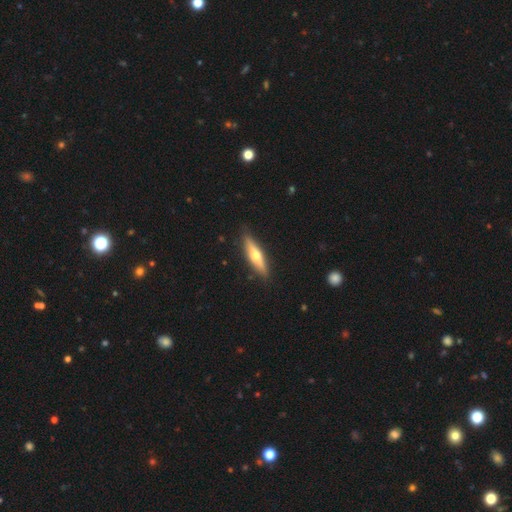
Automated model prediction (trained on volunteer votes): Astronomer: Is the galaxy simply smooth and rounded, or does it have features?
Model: featured or disk — 54% (runner-up: smooth, 41%).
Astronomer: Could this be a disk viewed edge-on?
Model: yes — 92%.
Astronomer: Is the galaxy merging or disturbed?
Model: none — 88%.